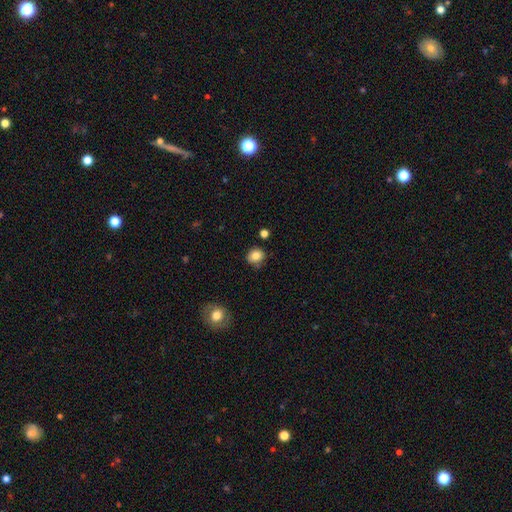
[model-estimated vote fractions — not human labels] smooth 81%, star or artifact 11%, featured or disk 8%. Down the decision tree: how rounded — round (82%); merging — none (77%).